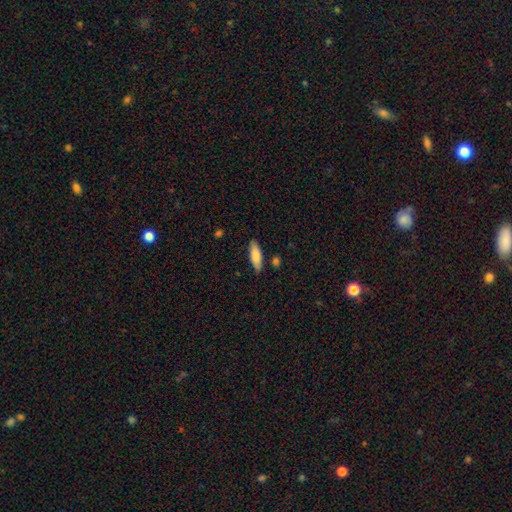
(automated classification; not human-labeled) Smooth or featured?
  - smooth: 81% *
  - featured or disk: 13%
  - star or artifact: 6%
How rounded?
  - in between: 50% *
  - cigar-shaped: 48%
  - round: 2%
Merging?
  - none: 84% *
  - minor disturbance: 11%
  - merger: 3%
  - major disturbance: 2%